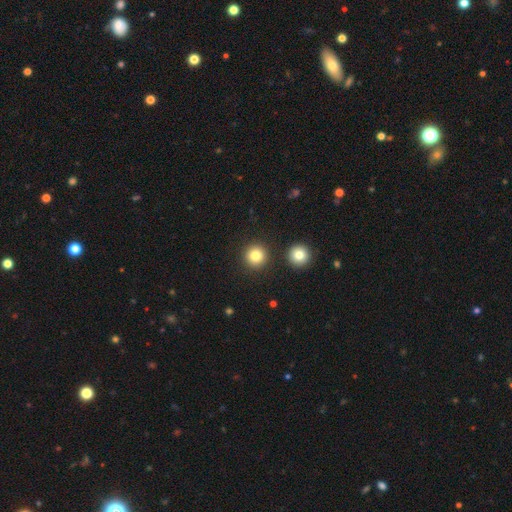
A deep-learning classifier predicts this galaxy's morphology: Overall: smooth (81%). How rounded: round (95%). Merging: none (88%).